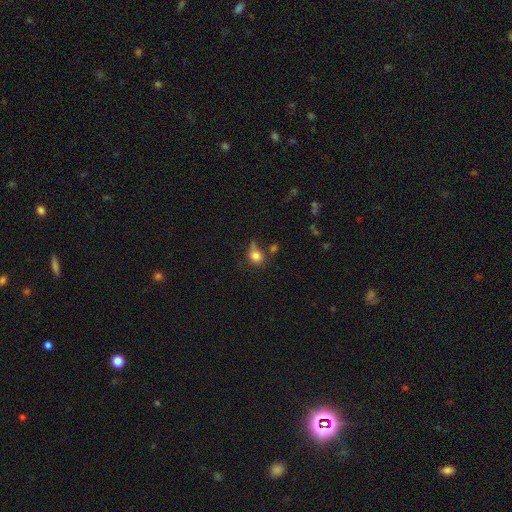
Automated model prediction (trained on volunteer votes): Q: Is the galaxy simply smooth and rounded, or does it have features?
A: smooth — 79%.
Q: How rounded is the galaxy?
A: round — 72%.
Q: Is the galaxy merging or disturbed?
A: none — 44%.